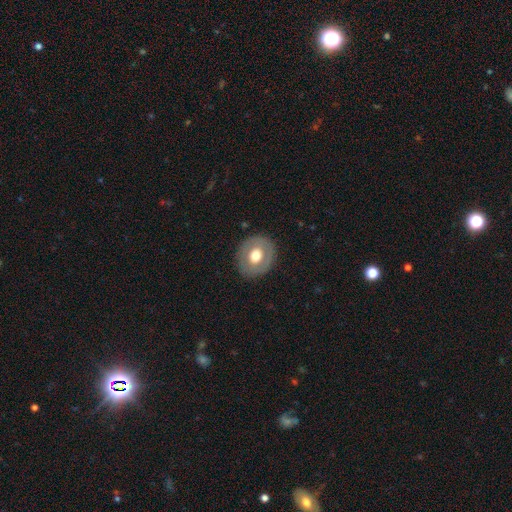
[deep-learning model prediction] Smooth or featured? smooth (57%)
How rounded? round (65%)
Merging? none (86%)